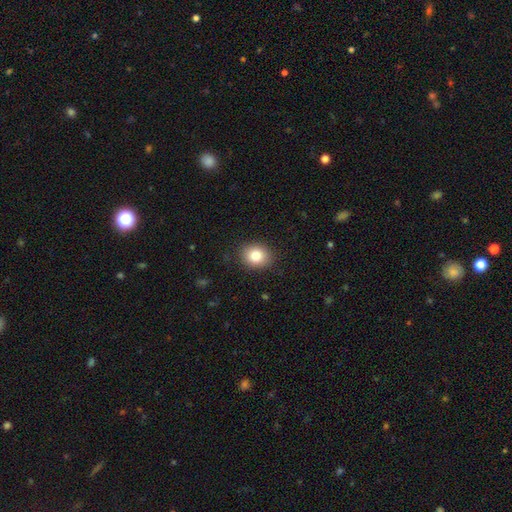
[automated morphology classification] This is clearly a smooth galaxy (82%). How rounded: likely round (61%). Merging: clearly none (88%).